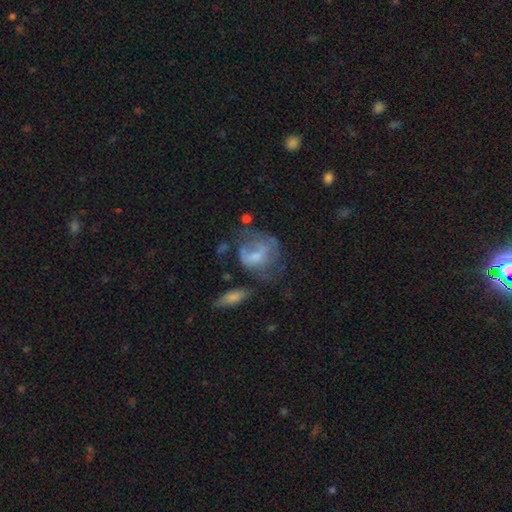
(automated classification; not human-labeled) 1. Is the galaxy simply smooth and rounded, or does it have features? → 47% featured or disk, 43% smooth, 10% star or artifact.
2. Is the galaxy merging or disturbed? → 37% major disturbance, 32% none, 23% minor disturbance, 8% merger.